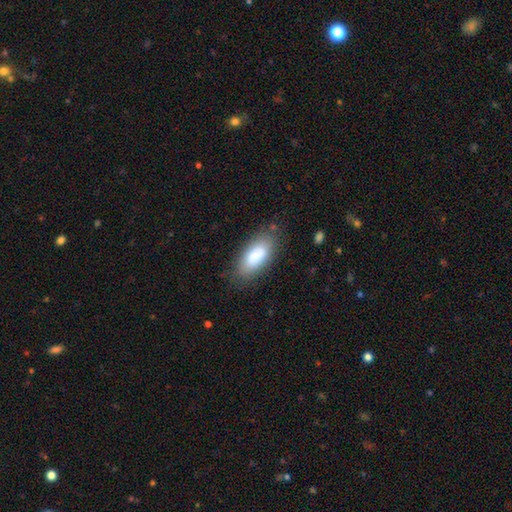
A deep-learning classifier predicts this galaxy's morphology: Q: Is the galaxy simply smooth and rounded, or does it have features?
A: smooth — 82%.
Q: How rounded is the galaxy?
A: in between — 87%.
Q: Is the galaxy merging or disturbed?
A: none — 77%.